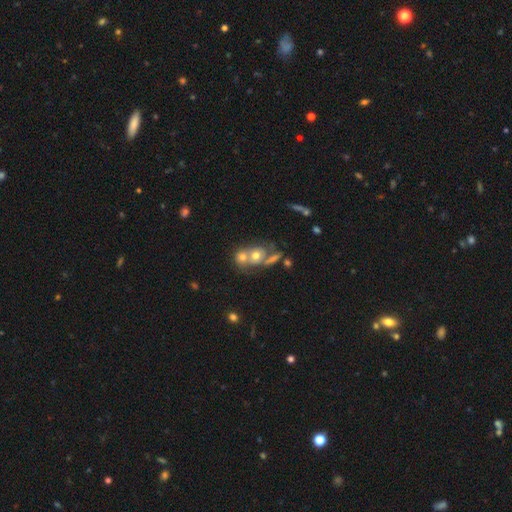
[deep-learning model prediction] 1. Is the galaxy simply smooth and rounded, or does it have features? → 55% smooth, 31% featured or disk, 14% star or artifact.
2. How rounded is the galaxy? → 59% round, 39% in between, 2% cigar-shaped.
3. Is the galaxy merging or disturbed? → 62% merger, 24% none, 8% minor disturbance, 6% major disturbance.